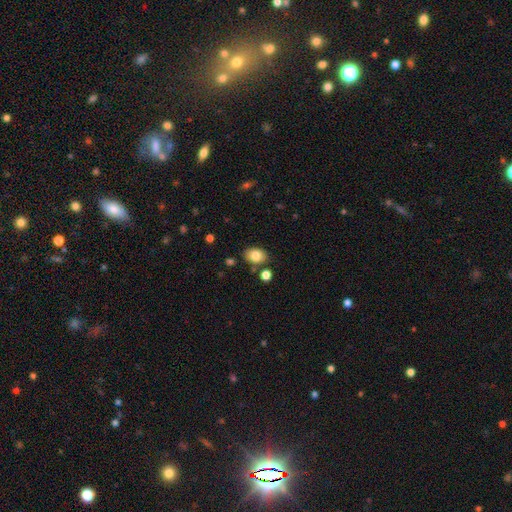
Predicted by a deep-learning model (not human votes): Overall: smooth (82%). How rounded: in between (78%). Merging: none (78%).